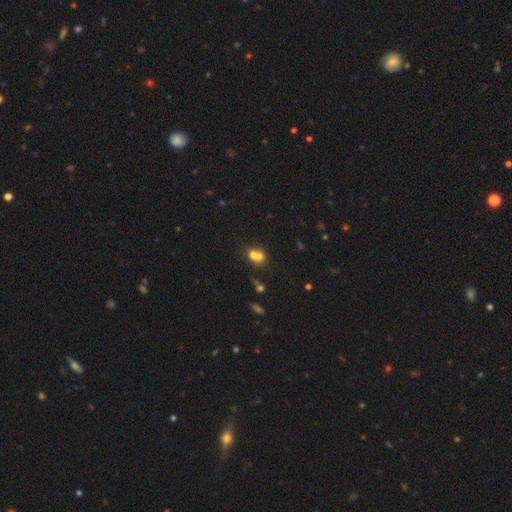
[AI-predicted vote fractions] Smooth or featured? Predicted: smooth (p=0.65). How rounded? Predicted: round (p=0.67). Merging? Predicted: merger (p=0.64).